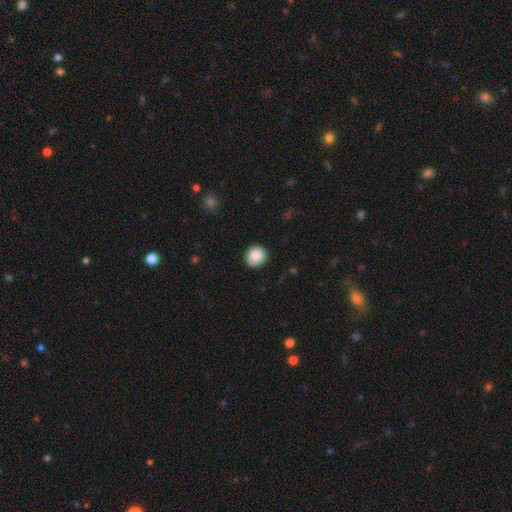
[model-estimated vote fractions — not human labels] A smooth galaxy with no disk features (86%) that is round (87%). Merging: none (90%).